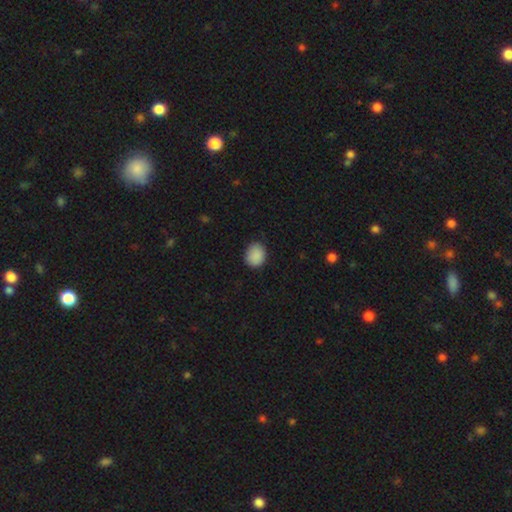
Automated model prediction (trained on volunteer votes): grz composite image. It shows a smooth galaxy with no disk features (88%) that is round (65%). Merging: none (79%).